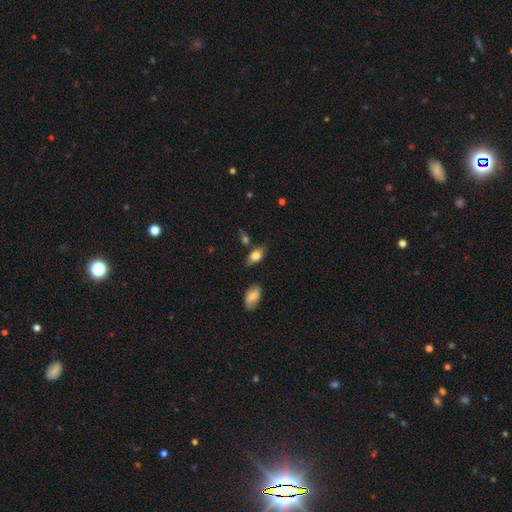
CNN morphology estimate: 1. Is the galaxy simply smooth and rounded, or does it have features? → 74% smooth, 18% featured or disk, 8% star or artifact.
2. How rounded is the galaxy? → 84% in between, 9% round, 6% cigar-shaped.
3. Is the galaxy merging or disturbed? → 73% none, 18% minor disturbance, 6% merger, 4% major disturbance.